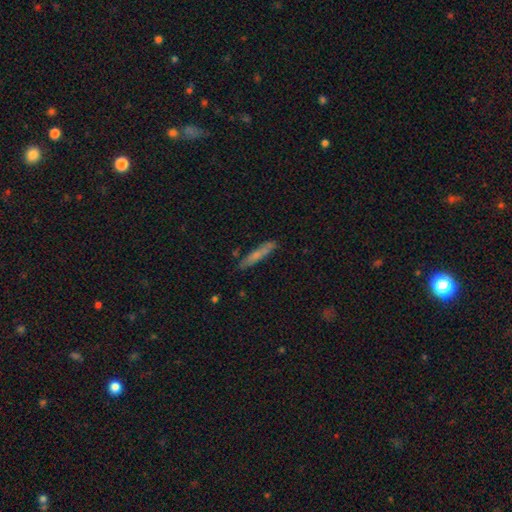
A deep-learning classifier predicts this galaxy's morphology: A smooth galaxy with no disk features (62%) that is cigar-shaped (93%). Merging: none (82%).